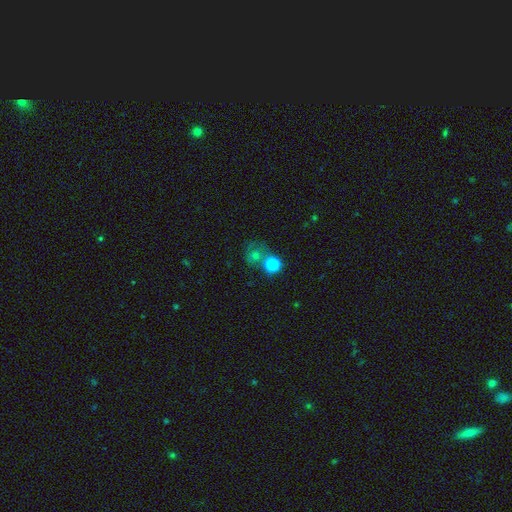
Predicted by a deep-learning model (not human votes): Smooth or featured: smooth — 58% (star or artifact — 26%)
How rounded: round — 80% (in between — 19%)
Merging: none — 46% (merger — 32%)